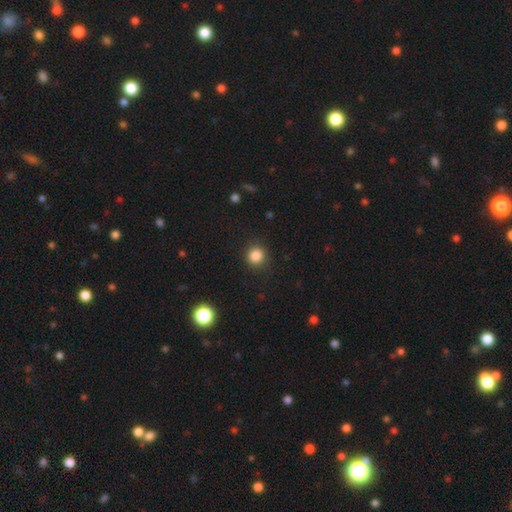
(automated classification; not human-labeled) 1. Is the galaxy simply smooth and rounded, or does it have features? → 85% smooth, 11% star or artifact, 4% featured or disk.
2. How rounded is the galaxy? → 90% round, 9% in between, 1% cigar-shaped.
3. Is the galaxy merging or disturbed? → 89% none, 8% minor disturbance, 3% major disturbance, 1% merger.